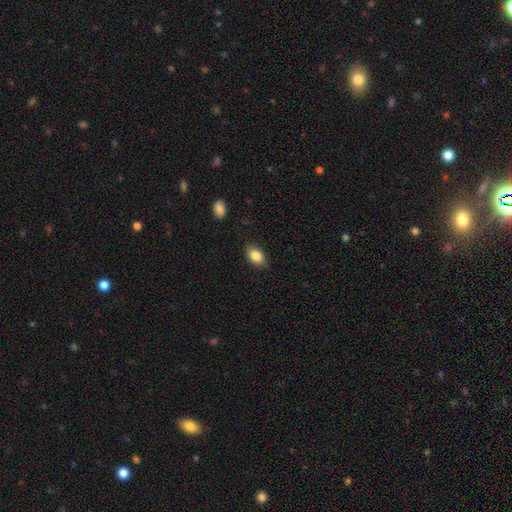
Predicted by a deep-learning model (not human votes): Smooth or featured: smooth — 86% (star or artifact — 8%)
How rounded: in between — 87% (round — 12%)
Merging: none — 85% (minor disturbance — 11%)